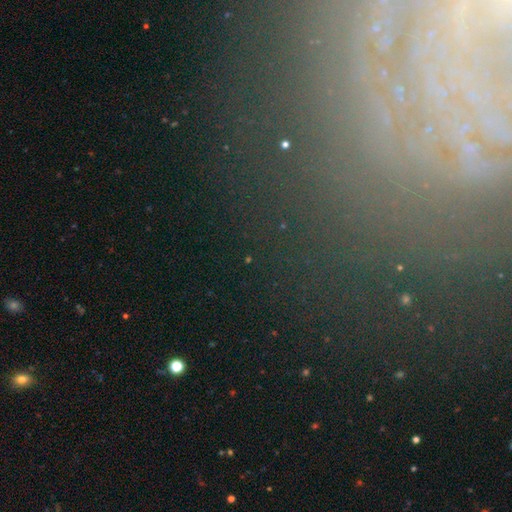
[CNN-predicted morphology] featured or disk 42%, star or artifact 40%, smooth 17%. Down the decision tree: merging — none (75%).